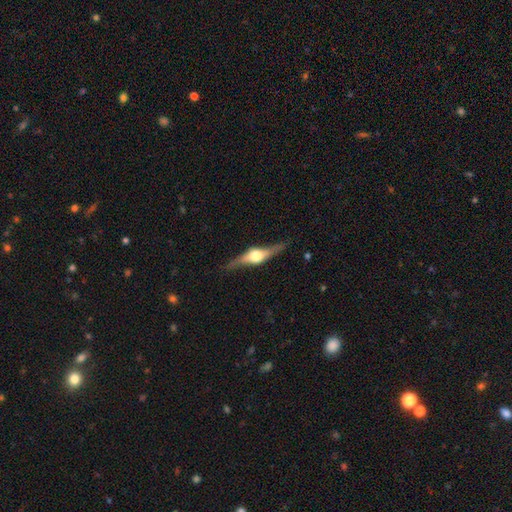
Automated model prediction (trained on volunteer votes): Smooth or featured?
  - featured or disk: 80% *
  - smooth: 15%
  - star or artifact: 5%
Edge-on disk?
  - yes: 96% *
  - no: 4%
Edge-on bulge?
  - rounded: 92% *
  - boxy: 6%
  - none: 1%
Merging?
  - none: 84% *
  - minor disturbance: 12%
  - major disturbance: 3%
  - merger: 1%